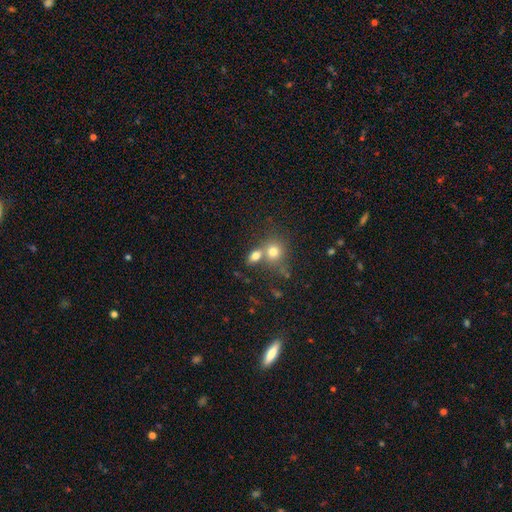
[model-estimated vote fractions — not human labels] Morphology: type=smooth (76%); roundness=in between (66%); merging=none (43%, tied with merger).